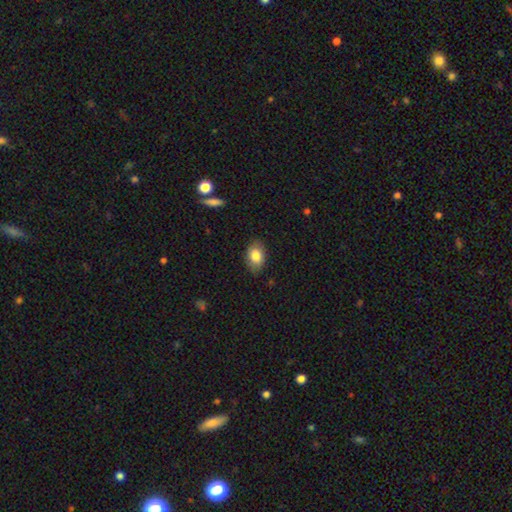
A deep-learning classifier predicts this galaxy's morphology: Smooth or featured?
  - smooth: 82% *
  - featured or disk: 11%
  - star or artifact: 7%
How rounded?
  - in between: 87% *
  - round: 12%
  - cigar-shaped: 1%
Merging?
  - none: 83% *
  - minor disturbance: 13%
  - major disturbance: 3%
  - merger: 1%